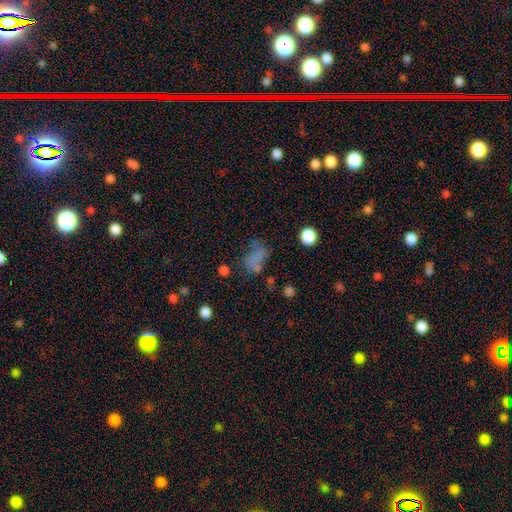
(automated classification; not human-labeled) Smooth or featured?
  - smooth: 63% *
  - star or artifact: 21%
  - featured or disk: 16%
How rounded?
  - in between: 74% *
  - round: 23%
  - cigar-shaped: 3%
Merging?
  - none: 43% *
  - major disturbance: 23%
  - minor disturbance: 21%
  - merger: 12%